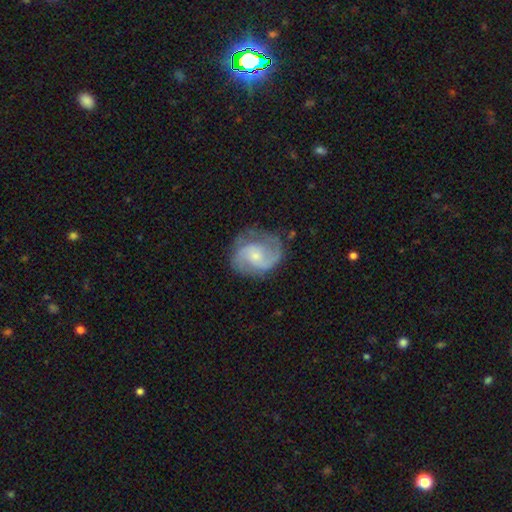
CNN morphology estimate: This is clearly a featured or disk galaxy (83%). It is clearly not viewed edge-on (98%). Bar: possibly no (59%). Spiral arm pattern: clearly yes (96%). Spiral arm count: likely 2 (73%). Spiral winding: possibly medium (52%). Central bulge: likely small (64%). Merging: likely none (70%).